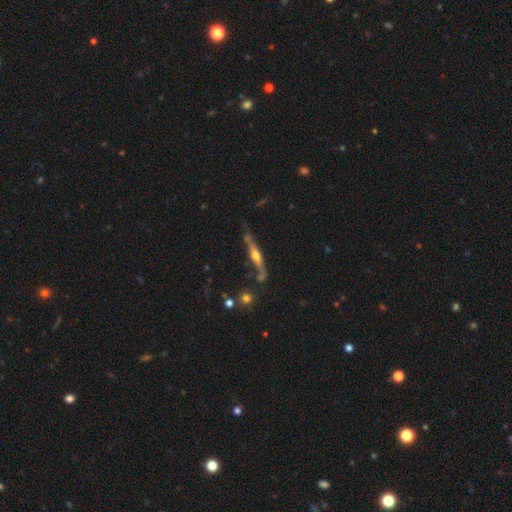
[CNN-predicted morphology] Smooth or featured: featured or disk — 70% (smooth — 23%)
Edge-on disk: yes — 93% (no — 7%)
Edge-on bulge: rounded — 84% (none — 9%)
Merging: none — 65% (minor disturbance — 21%)